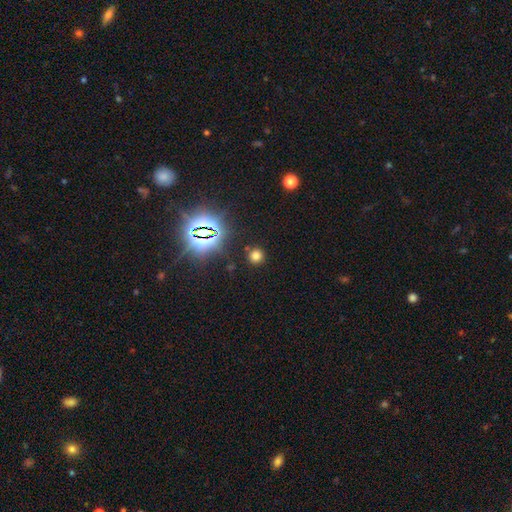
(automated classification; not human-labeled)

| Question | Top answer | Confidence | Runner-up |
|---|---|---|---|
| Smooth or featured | smooth | 68% | star or artifact (25%) |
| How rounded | round | 92% | in between (7%) |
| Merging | none | 87% | minor disturbance (7%) |